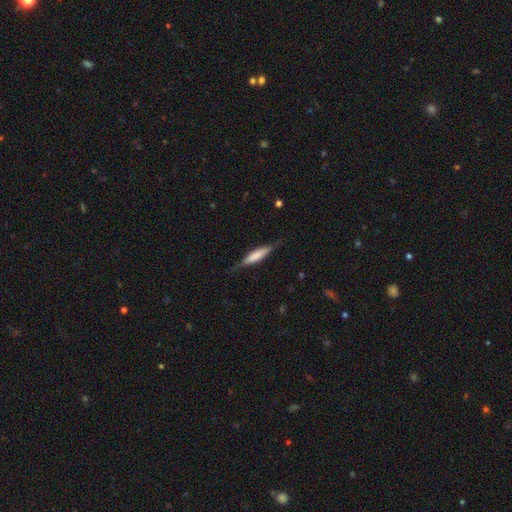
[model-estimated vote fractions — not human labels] Smooth or featured: smooth — 52% (featured or disk — 42%)
How rounded: cigar-shaped — 81% (in between — 17%)
Merging: none — 78% (minor disturbance — 16%)